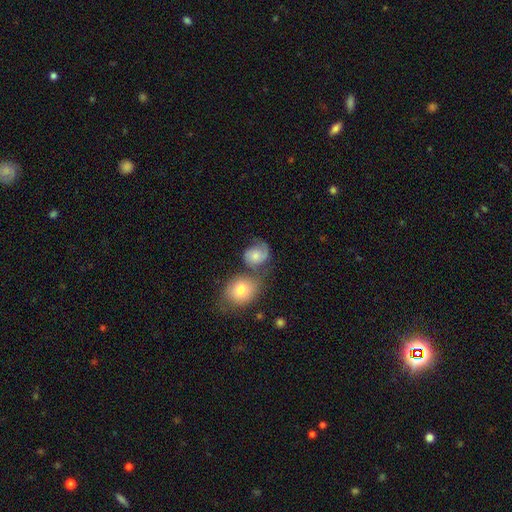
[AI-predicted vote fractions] featured or disk 49%, smooth 42%, star or artifact 9%. Down the decision tree: merging — none (43%).